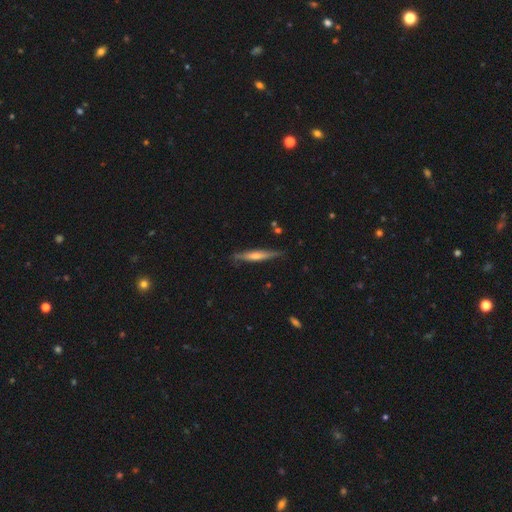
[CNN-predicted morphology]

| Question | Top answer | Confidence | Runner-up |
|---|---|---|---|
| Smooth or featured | featured or disk | 60% | smooth (34%) |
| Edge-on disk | yes | 95% | no (5%) |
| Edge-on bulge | rounded | 67% | none (22%) |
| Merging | none | 82% | minor disturbance (13%) |